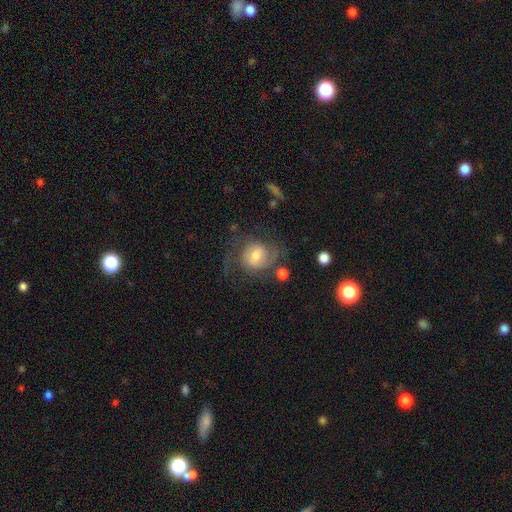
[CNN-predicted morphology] Smooth or featured: featured or disk — 71% (smooth — 22%)
Edge-on disk: no — 97% (yes — 3%)
Bar: no — 48% (weak — 42%)
Spiral arms: yes — 90% (no — 10%)
Spiral winding: medium — 45% (tight — 29%)
Spiral arm count: 2 — 65% (can't tell — 15%)
Bulge size: moderate — 63% (small — 25%)
Merging: none — 56% (major disturbance — 23%)